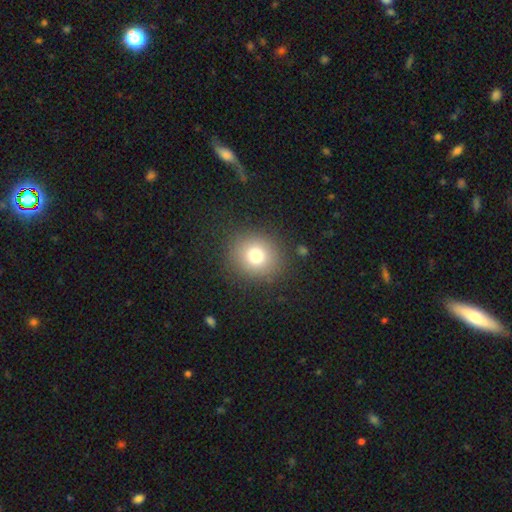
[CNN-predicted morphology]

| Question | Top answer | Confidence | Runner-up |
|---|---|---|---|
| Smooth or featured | smooth | 77% | star or artifact (13%) |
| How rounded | round | 83% | in between (16%) |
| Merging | none | 87% | minor disturbance (8%) |